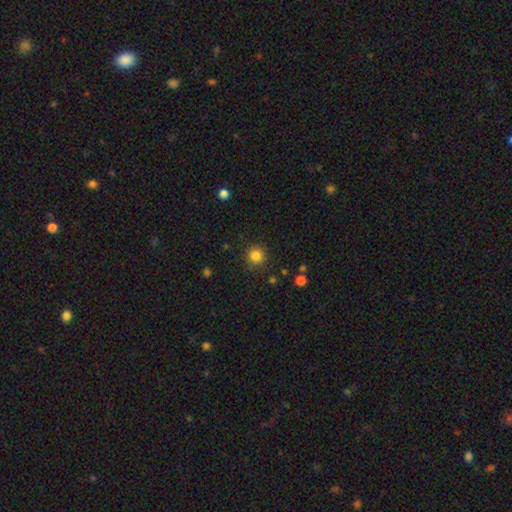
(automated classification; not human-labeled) Q: Smooth or featured?
A: smooth (84%); runner-up: star or artifact (12%)
Q: How rounded?
A: round (94%); runner-up: in between (5%)
Q: Merging?
A: none (89%); runner-up: minor disturbance (7%)